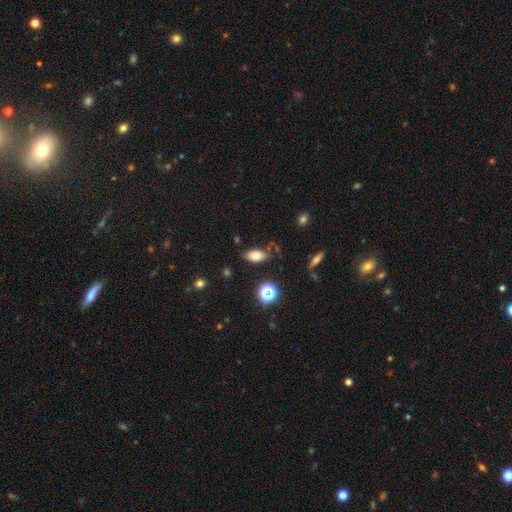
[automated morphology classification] Q: Smooth or featured?
A: smooth (74%); runner-up: featured or disk (14%)
Q: How rounded?
A: in between (86%); runner-up: cigar-shaped (8%)
Q: Merging?
A: none (79%); runner-up: minor disturbance (14%)